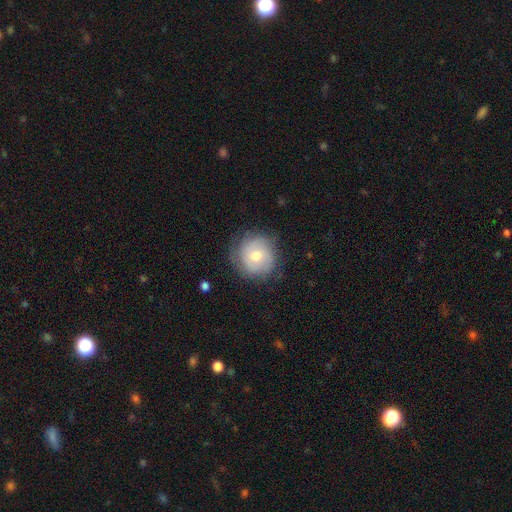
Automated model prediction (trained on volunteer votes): Smooth or featured? smooth (56%)
How rounded? round (92%)
Merging? none (76%)